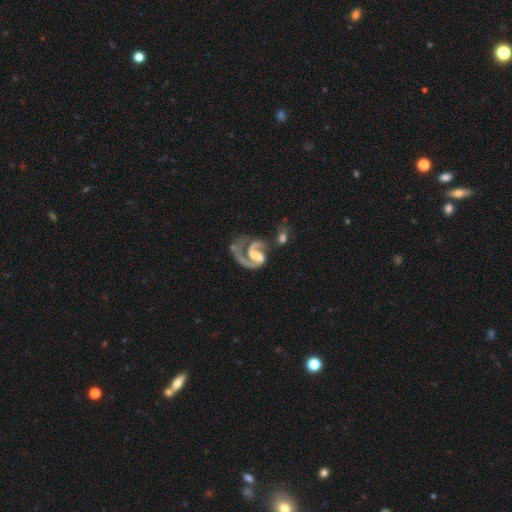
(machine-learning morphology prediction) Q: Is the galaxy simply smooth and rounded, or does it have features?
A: featured or disk — 91%.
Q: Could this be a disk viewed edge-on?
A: no — 98%.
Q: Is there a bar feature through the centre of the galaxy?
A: weak — 45%.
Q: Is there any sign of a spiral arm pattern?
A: yes — 97%.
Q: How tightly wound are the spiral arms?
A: medium — 55%.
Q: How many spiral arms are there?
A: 2 — 67%.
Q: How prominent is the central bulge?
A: small — 30%.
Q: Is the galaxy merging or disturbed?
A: none — 37%.